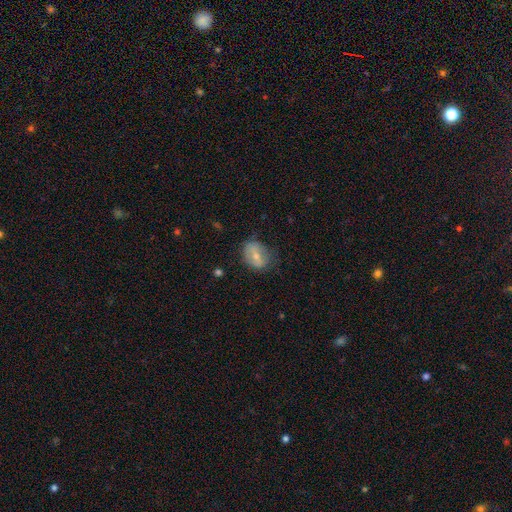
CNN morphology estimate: Smooth or featured?
  - smooth: 57% *
  - featured or disk: 34%
  - star or artifact: 8%
How rounded?
  - in between: 65% *
  - round: 34%
  - cigar-shaped: 1%
Merging?
  - none: 58% *
  - minor disturbance: 29%
  - major disturbance: 12%
  - merger: 2%